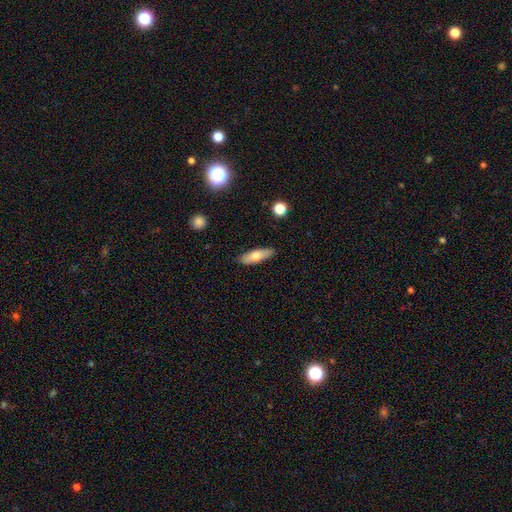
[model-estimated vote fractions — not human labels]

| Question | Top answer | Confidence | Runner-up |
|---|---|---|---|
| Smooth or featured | smooth | 69% | featured or disk (25%) |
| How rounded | cigar-shaped | 49% | in between (48%) |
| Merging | none | 85% | minor disturbance (11%) |